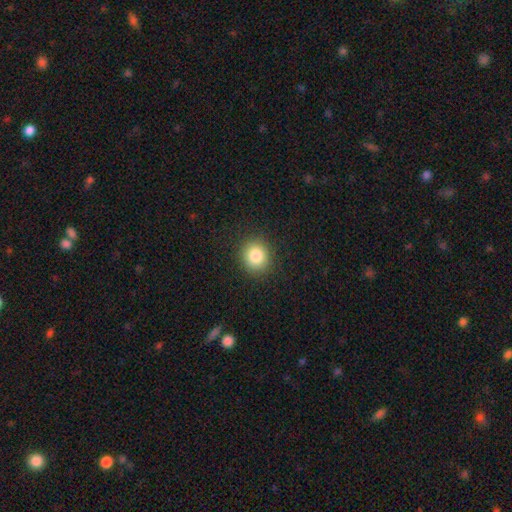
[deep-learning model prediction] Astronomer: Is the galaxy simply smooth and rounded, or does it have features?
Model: smooth — 84%.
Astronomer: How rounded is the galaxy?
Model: round — 84%.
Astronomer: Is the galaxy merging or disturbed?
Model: none — 90%.